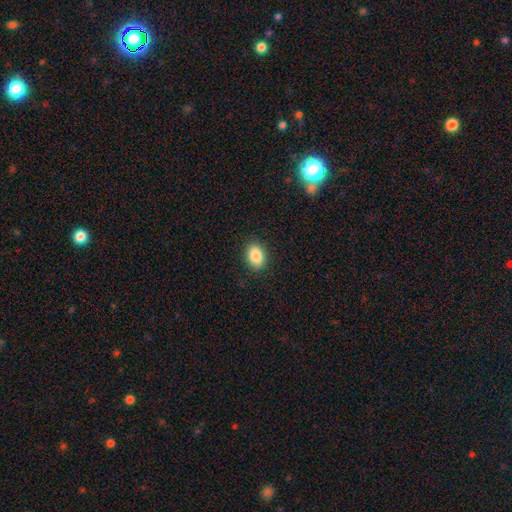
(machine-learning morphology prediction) The model was most divided on "how rounded": in between: 80%, round: 19%, cigar-shaped: 1%. More confident: merging — none (89%); smooth or featured — smooth (87%).